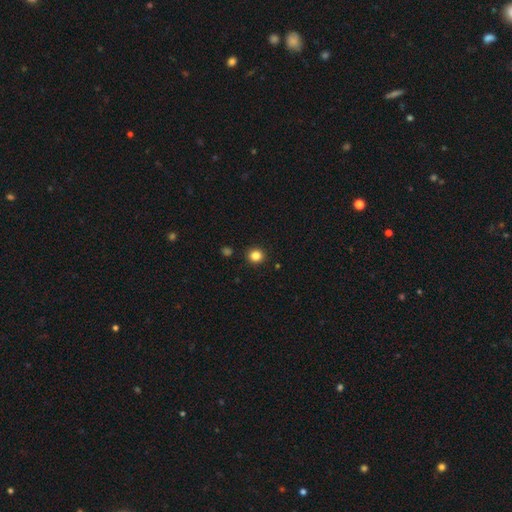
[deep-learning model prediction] Smooth or featured? Predicted: smooth (p=0.83). How rounded? Predicted: round (p=0.91). Merging? Predicted: none (p=0.92).